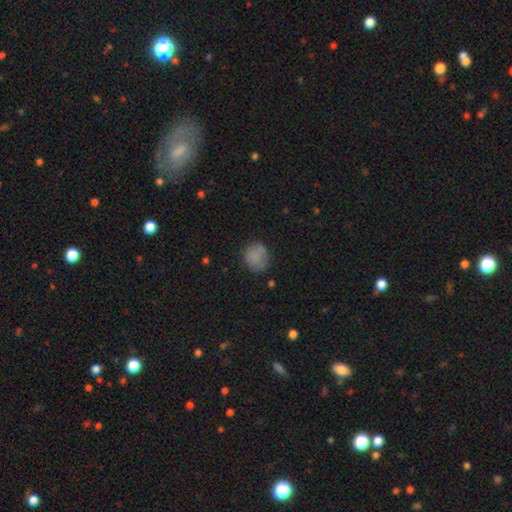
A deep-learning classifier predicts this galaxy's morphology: Smooth or featured? Predicted: smooth (p=0.81). How rounded? Predicted: round (p=0.77). Merging? Predicted: none (p=0.68).